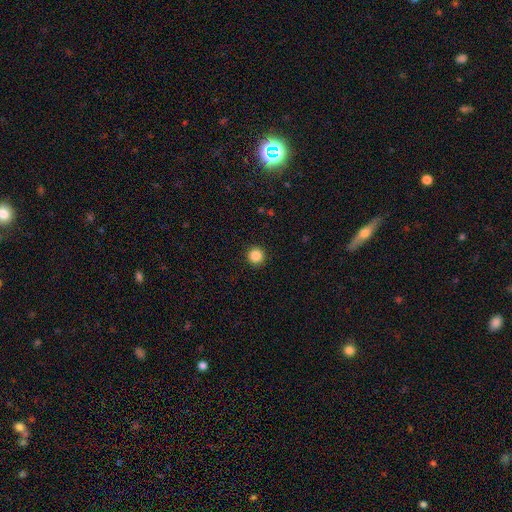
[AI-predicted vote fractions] Morphology: type=smooth (87%); roundness=round (96%); merging=none (93%).